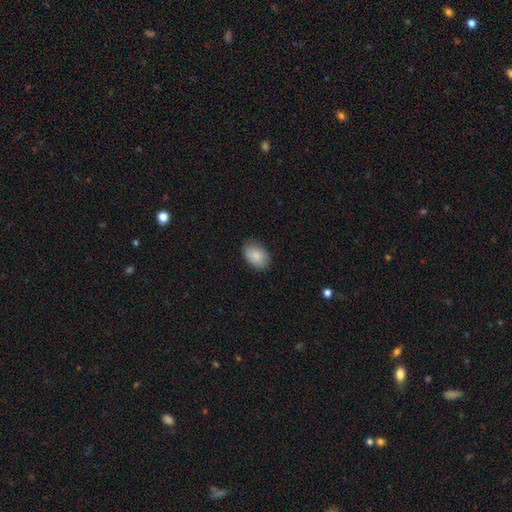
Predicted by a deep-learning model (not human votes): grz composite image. It shows a smooth galaxy with no disk features (87%) that is in between round and cigar-shaped (86%). Merging: none (83%).